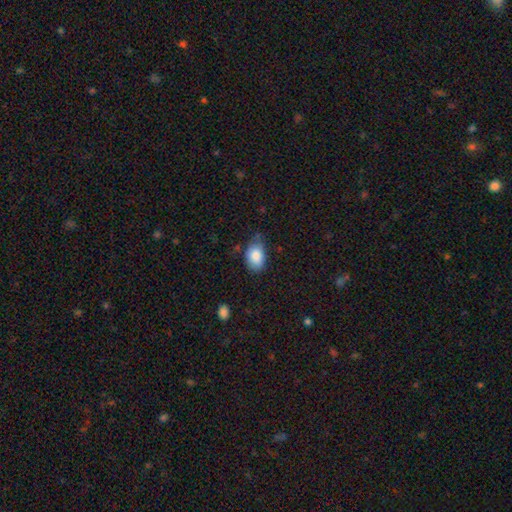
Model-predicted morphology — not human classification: smooth-or-featured: smooth: 85% | featured or disk: 8% | star or artifact: 7%
  how-rounded: in between: 88% | round: 10% | cigar-shaped: 1%
  merging: none: 62% | minor disturbance: 31% | major disturbance: 5% | merger: 2%